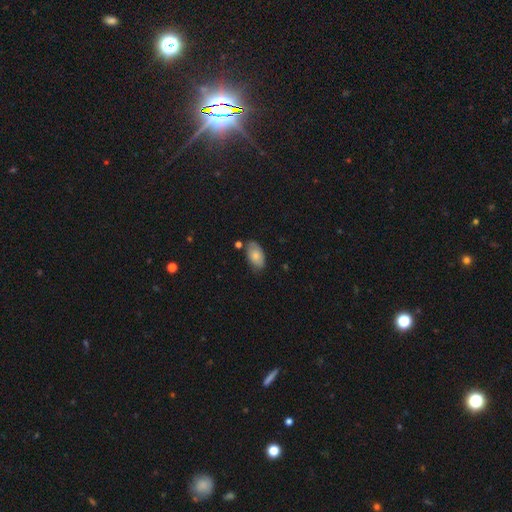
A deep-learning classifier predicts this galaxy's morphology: Smooth or featured?
  - smooth: 78% *
  - featured or disk: 15%
  - star or artifact: 7%
How rounded?
  - in between: 94% *
  - round: 4%
  - cigar-shaped: 2%
Merging?
  - none: 70% *
  - minor disturbance: 21%
  - merger: 5%
  - major disturbance: 4%